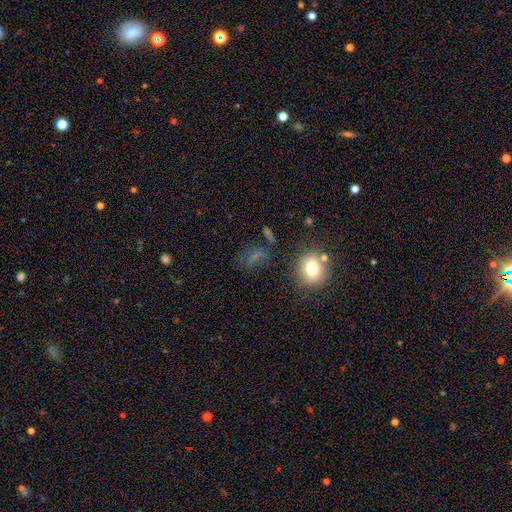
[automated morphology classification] smooth-or-featured: smooth: 50% | star or artifact: 31% | featured or disk: 19%
  how-rounded: in between: 53% | round: 41% | cigar-shaped: 6%
  merging: none: 65% | minor disturbance: 17% | major disturbance: 12% | merger: 5%